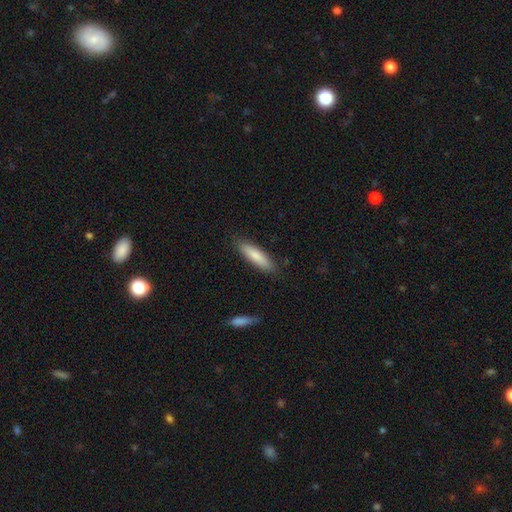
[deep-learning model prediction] smooth 82%, featured or disk 12%, star or artifact 5%. Down the decision tree: how rounded — cigar-shaped (70%); merging — none (87%).